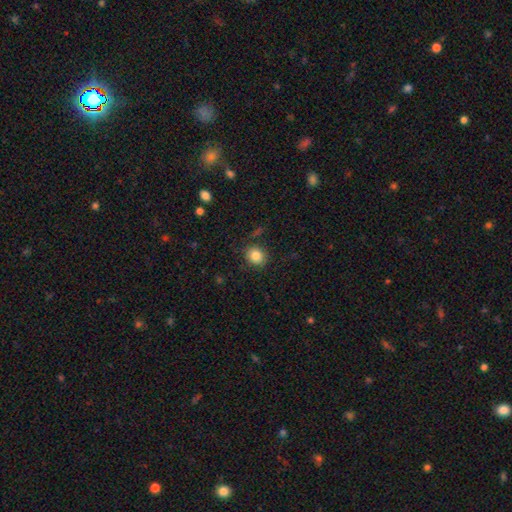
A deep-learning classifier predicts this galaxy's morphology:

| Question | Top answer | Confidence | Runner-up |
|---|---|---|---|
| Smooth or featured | smooth | 84% | star or artifact (10%) |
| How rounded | round | 76% | in between (23%) |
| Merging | none | 85% | minor disturbance (10%) |